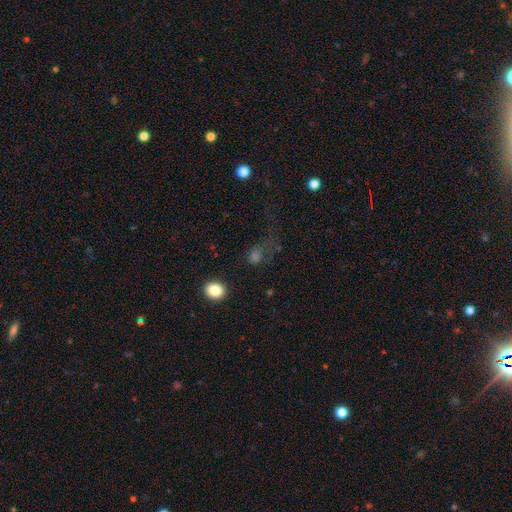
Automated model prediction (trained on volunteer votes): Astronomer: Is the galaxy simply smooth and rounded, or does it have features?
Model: smooth — 67%.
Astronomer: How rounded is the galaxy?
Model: round — 60% (runner-up: in between, 37%).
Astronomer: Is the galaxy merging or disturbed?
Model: none — 53% (runner-up: major disturbance, 30%).